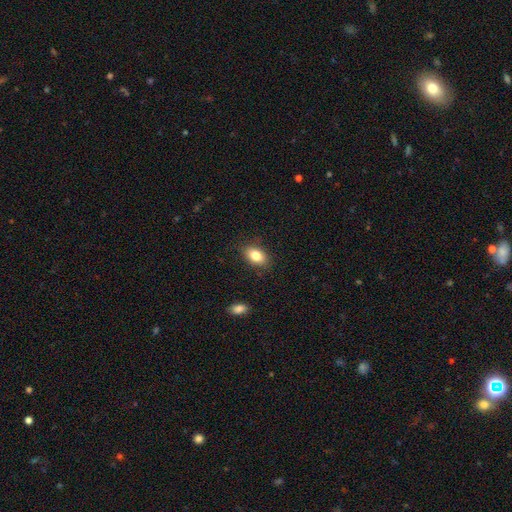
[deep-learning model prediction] This is clearly a smooth galaxy (82%). How rounded: clearly in between (86%). Merging: clearly none (85%).